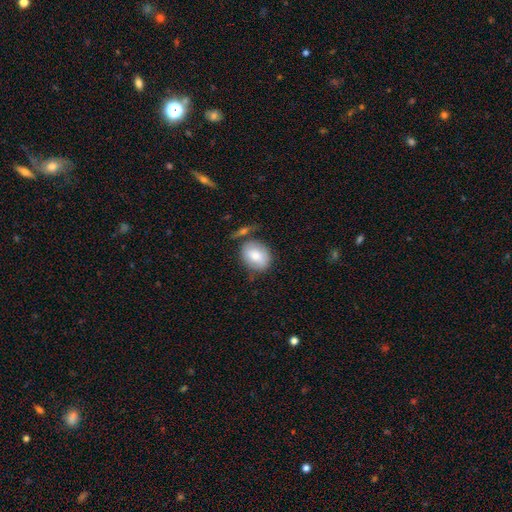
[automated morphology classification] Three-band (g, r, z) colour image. It shows a smooth galaxy with no disk features (76%) that is in between round and cigar-shaped (55%). Merging: none (59%).